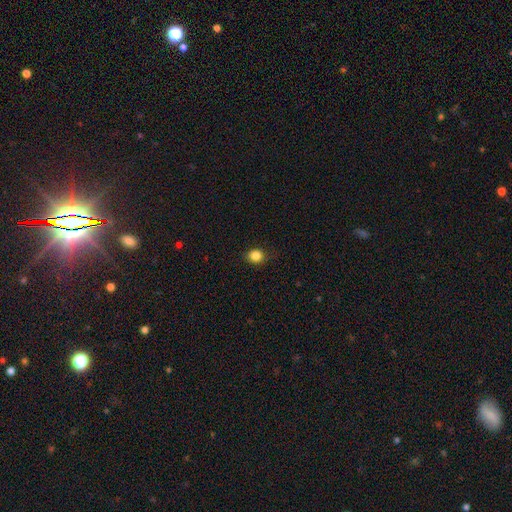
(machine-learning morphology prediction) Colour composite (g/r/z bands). It shows a smooth galaxy with no disk features (85%) that is round (72%). Merging: none (85%).